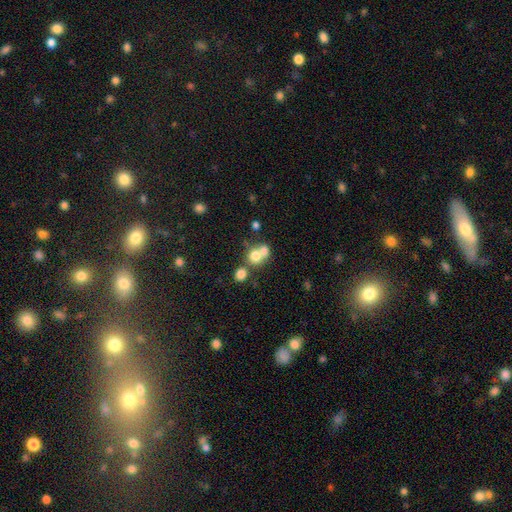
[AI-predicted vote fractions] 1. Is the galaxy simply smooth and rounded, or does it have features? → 71% smooth, 16% featured or disk, 12% star or artifact.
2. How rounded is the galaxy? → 74% round, 25% in between, 1% cigar-shaped.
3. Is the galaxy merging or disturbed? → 55% merger, 34% none, 7% minor disturbance, 4% major disturbance.